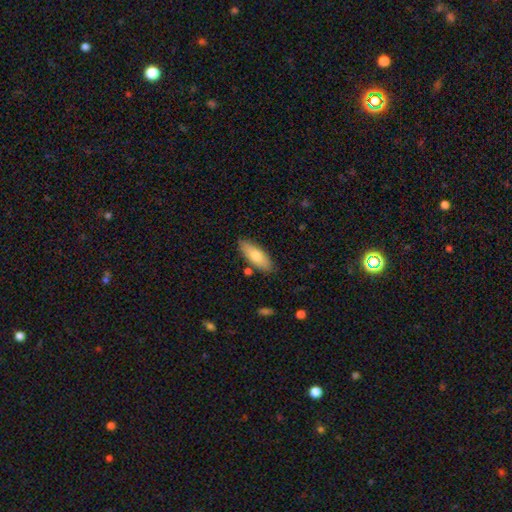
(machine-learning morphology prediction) type=smooth (76%); roundness=in between (66%); merging=none (83%).